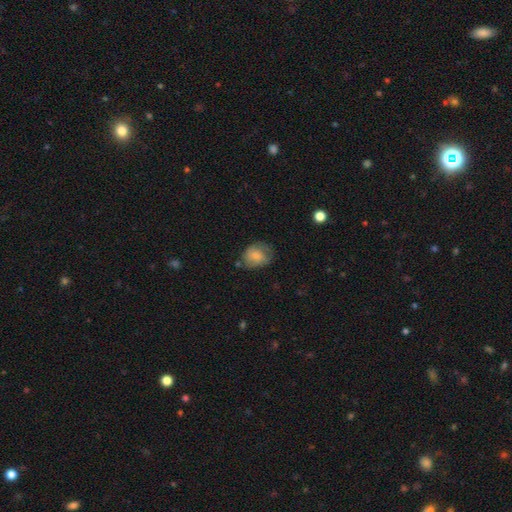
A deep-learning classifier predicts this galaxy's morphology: Overall: smooth (73%). How rounded: round (52%; in between 47%). Merging: none (53%; minor disturbance 31%).